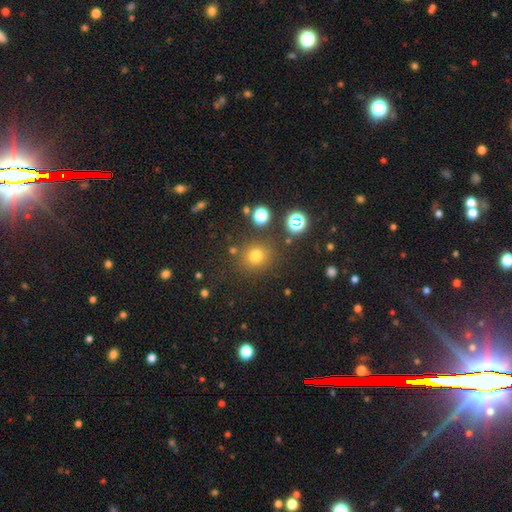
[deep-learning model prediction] Smooth or featured: smooth — 72% (star or artifact — 21%)
How rounded: round — 88% (in between — 11%)
Merging: none — 83% (minor disturbance — 9%)